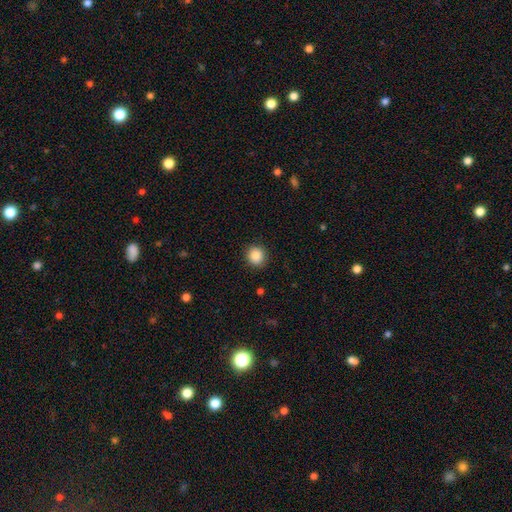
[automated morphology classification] A smooth galaxy with no disk features (88%) that is round (88%).

Vote fractions:
- Smooth or featured? smooth: 88% / star or artifact: 9% / featured or disk: 3%
- How rounded? round: 88% / in between: 11% / cigar-shaped: 1%
- Merging? none: 90% / minor disturbance: 7% / major disturbance: 2% / merger: 1%